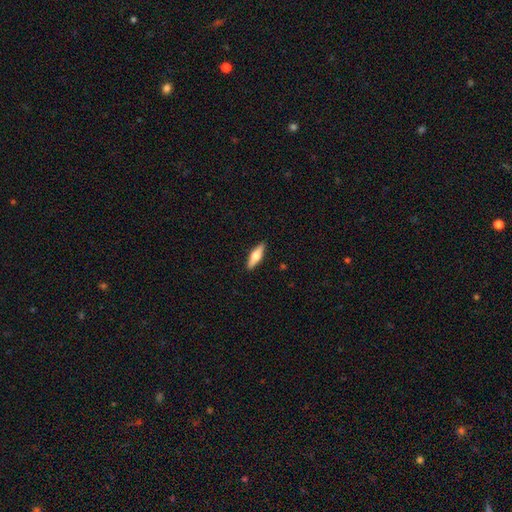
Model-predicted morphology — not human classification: Overall: smooth (49%; featured or disk 46%). Merging: none (90%).